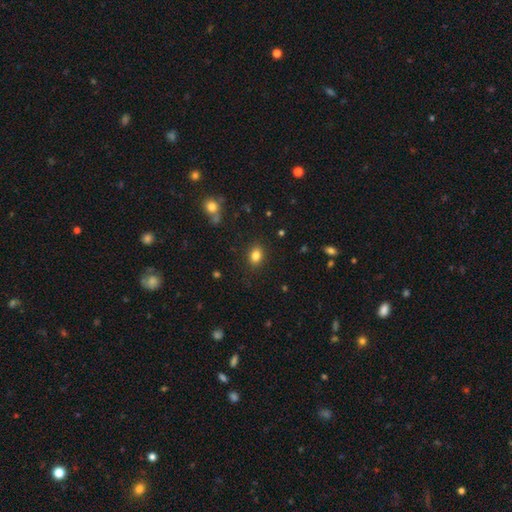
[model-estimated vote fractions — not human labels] Overall: smooth (83%). How rounded: in between (62%; round 37%). Merging: none (88%).